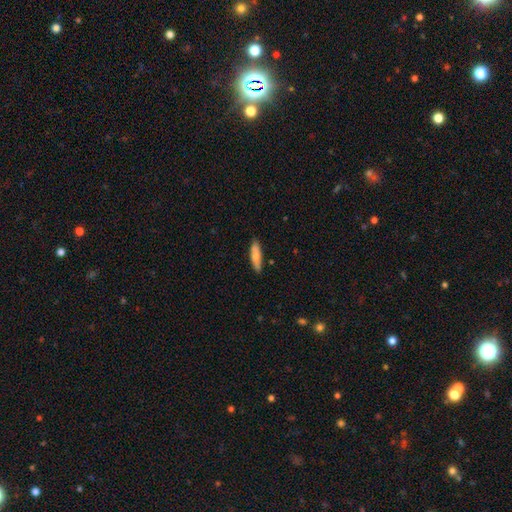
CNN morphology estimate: This is likely a smooth galaxy (71%). How rounded: likely cigar-shaped (71%). Merging: clearly none (85%).